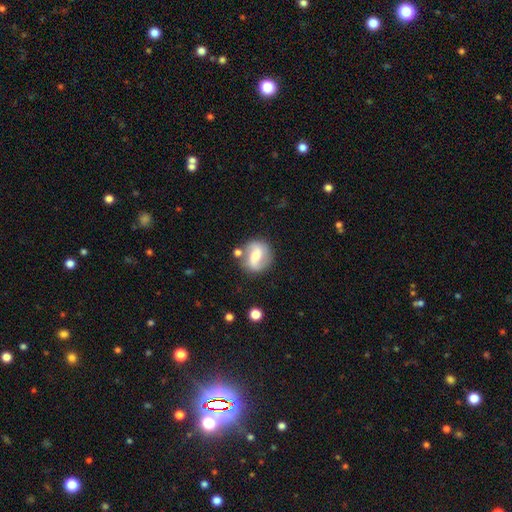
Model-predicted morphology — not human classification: smooth-or-featured: featured or disk: 59% | smooth: 33% | star or artifact: 7%
  disk-edge-on: no: 95% | yes: 5%
    bar: weak: 37% | strong: 36% | no: 27%
    has-spiral-arms: yes: 79% | no: 21%
    bulge-size: moderate: 58% | small: 30% | large: 7% | none: 3% | dominant: 2%
  merging: none: 73% | minor disturbance: 14% | merger: 8% | major disturbance: 5%